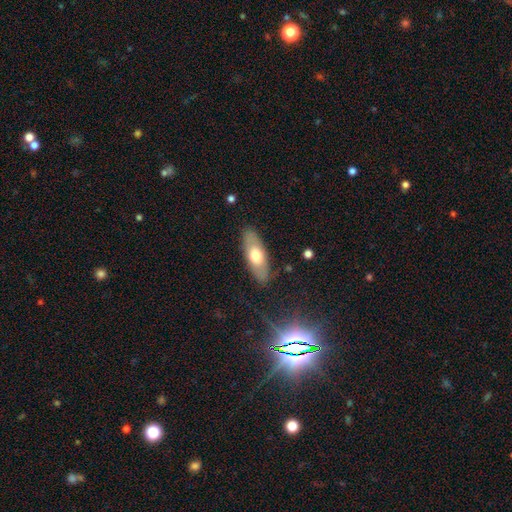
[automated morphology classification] smooth 63%, featured or disk 31%, star or artifact 6%. Down the decision tree: how rounded — in between (73%); merging — none (85%).